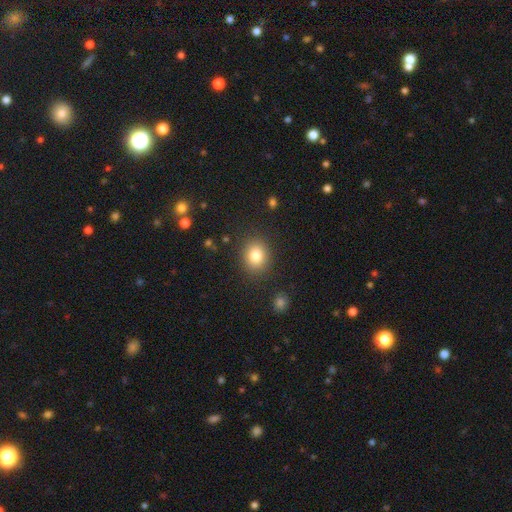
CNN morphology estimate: A smooth galaxy with no disk features (82%) that is round (70%).

Vote fractions:
- Smooth or featured? smooth: 82% / star or artifact: 11% / featured or disk: 8%
- How rounded? round: 70% / in between: 29% / cigar-shaped: 1%
- Merging? none: 87% / minor disturbance: 8% / major disturbance: 3% / merger: 2%